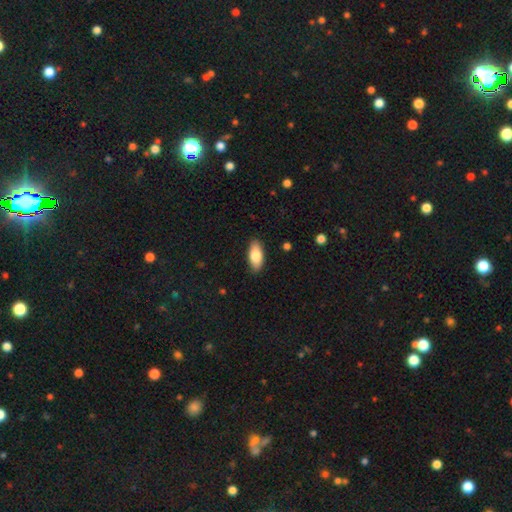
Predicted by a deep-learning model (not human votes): Morphology: type=smooth (81%); roundness=in between (87%); merging=none (88%).